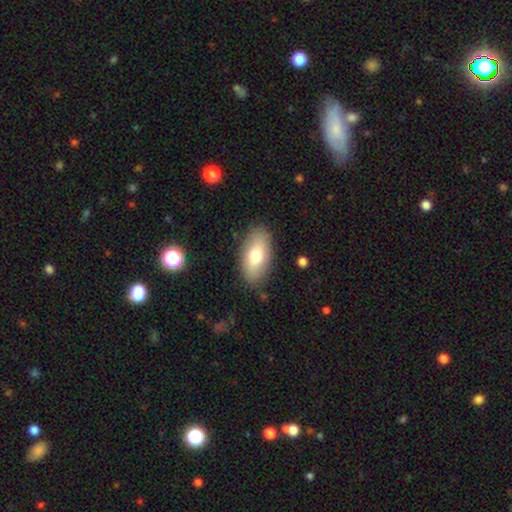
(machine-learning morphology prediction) The model was most divided on "smooth or featured": smooth: 72%, featured or disk: 21%, star or artifact: 7%. More confident: how rounded — in between (93%); merging — none (85%).